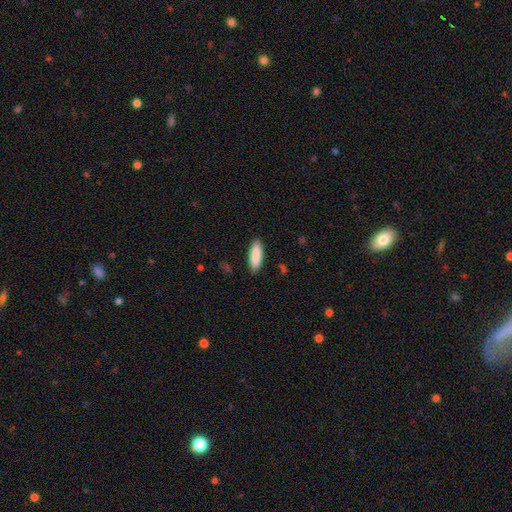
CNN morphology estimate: Smooth or featured? Predicted: smooth (p=0.89). How rounded? Predicted: cigar-shaped (p=0.55). Merging? Predicted: none (p=0.89).